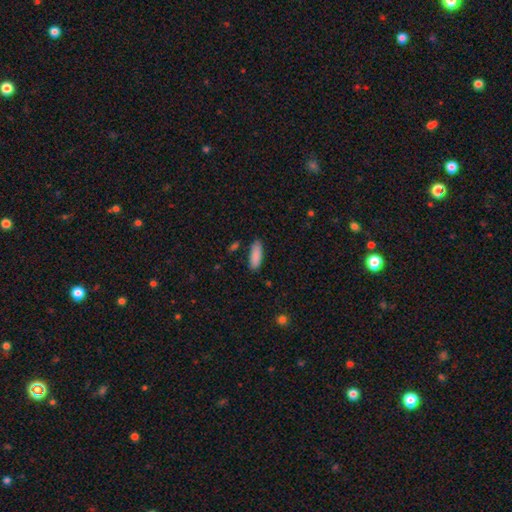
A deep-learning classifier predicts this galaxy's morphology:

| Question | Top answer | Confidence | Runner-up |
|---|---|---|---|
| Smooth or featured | smooth | 88% | star or artifact (6%) |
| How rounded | in between | 62% | cigar-shaped (36%) |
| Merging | none | 83% | minor disturbance (12%) |